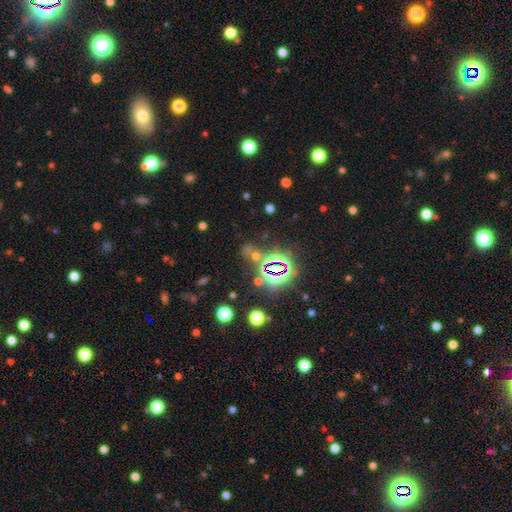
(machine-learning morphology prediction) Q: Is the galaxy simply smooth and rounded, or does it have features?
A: star or artifact — 65%.